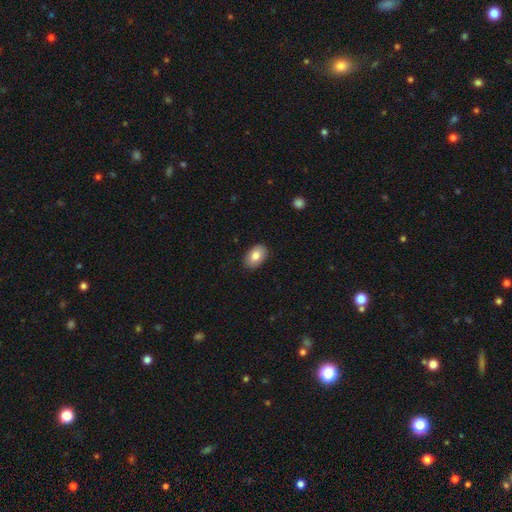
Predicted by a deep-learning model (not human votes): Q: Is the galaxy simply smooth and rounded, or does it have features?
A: smooth — 81%.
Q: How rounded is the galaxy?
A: in between — 89%.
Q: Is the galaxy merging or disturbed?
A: none — 88%.